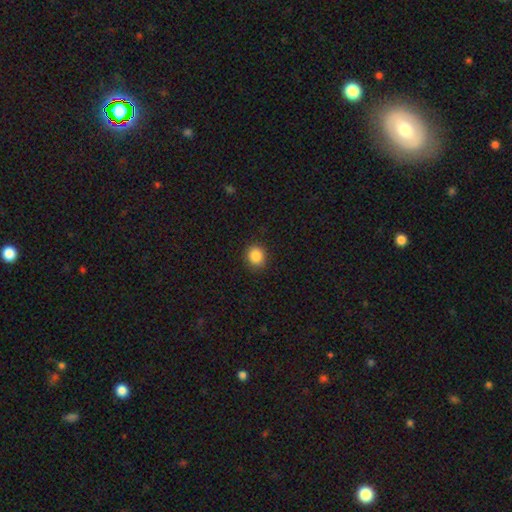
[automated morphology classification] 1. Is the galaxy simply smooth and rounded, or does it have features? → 86% smooth, 10% star or artifact, 4% featured or disk.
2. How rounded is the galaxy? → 79% round, 20% in between, 1% cigar-shaped.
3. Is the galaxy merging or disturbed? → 91% none, 6% minor disturbance, 2% major disturbance, 1% merger.